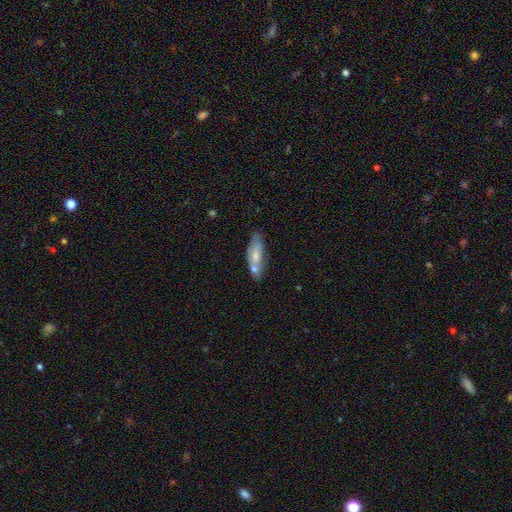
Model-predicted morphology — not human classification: A smooth galaxy with no disk features (60%) that is in between round and cigar-shaped (67%).

Vote fractions:
- Smooth or featured? smooth: 60% / featured or disk: 34% / star or artifact: 6%
- How rounded? in between: 67% / cigar-shaped: 31% / round: 3%
- Merging? none: 45% / merger: 27% / minor disturbance: 21% / major disturbance: 7%